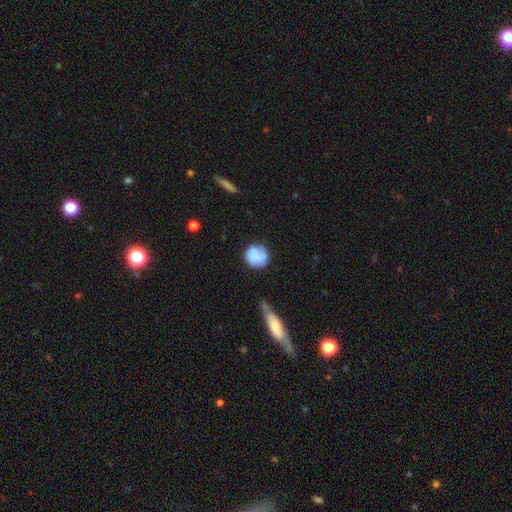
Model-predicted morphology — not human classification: A smooth galaxy with no disk features (71%) that is round (87%). Merging: none (58%).